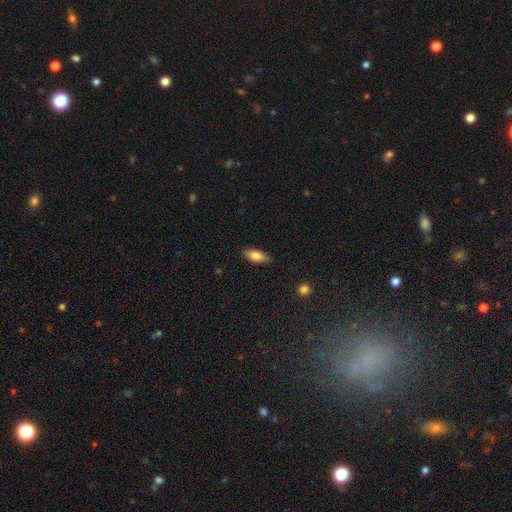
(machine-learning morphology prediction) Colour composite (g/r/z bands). It shows a smooth galaxy with no disk features (84%) that is in between round and cigar-shaped (78%). Merging: none (86%).